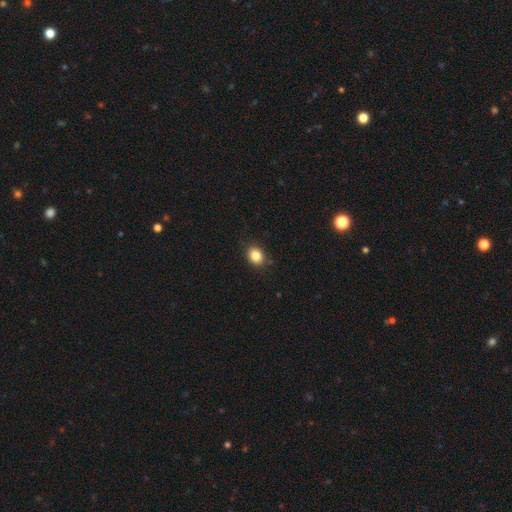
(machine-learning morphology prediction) Q: Smooth or featured?
A: smooth (84%); runner-up: star or artifact (10%)
Q: How rounded?
A: round (52%); runner-up: in between (48%)
Q: Merging?
A: none (87%); runner-up: minor disturbance (10%)